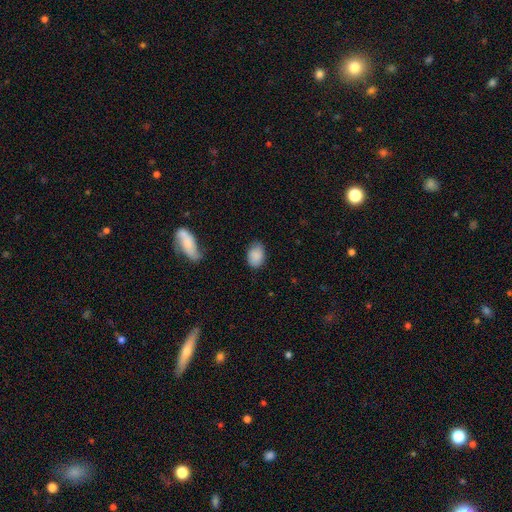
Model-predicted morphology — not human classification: Smooth or featured?
  - smooth: 87% *
  - star or artifact: 7%
  - featured or disk: 6%
How rounded?
  - in between: 84% *
  - round: 15%
  - cigar-shaped: 1%
Merging?
  - none: 75% *
  - minor disturbance: 19%
  - major disturbance: 4%
  - merger: 2%